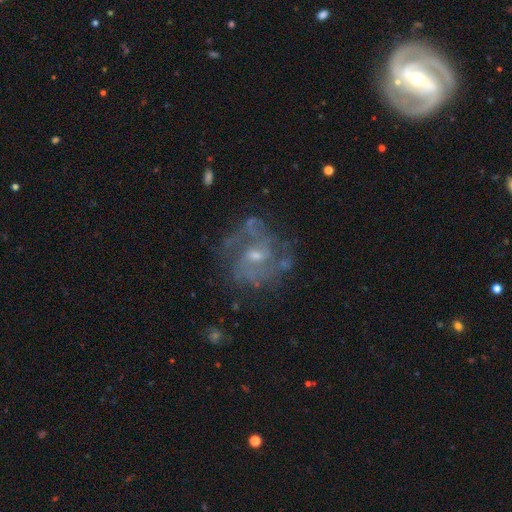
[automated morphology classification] A featured or disk galaxy (81%) with a weak bar (48%), 2 (52%) medium (49%) spiral arms (87%) and a small central bulge (55%).

Vote fractions:
- Smooth or featured? featured or disk: 81% / smooth: 10% / star or artifact: 9%
- Edge-on disk? no: 97% / yes: 3%
- Bar? weak: 48% / no: 42% / strong: 10%
- Spiral arms? yes: 87% / no: 13%
- Spiral winding? medium: 49% / tight: 28% / loose: 23%
- Spiral arm count? 2: 52% / can't tell: 24% / 3: 13% / 4: 4% / 1: 4% / more than 4: 3%
- Bulge size? small: 55% / moderate: 39% / none: 4% / large: 2% / dominant: 1%
- Merging? none: 64% / minor disturbance: 19% / major disturbance: 14% / merger: 3%